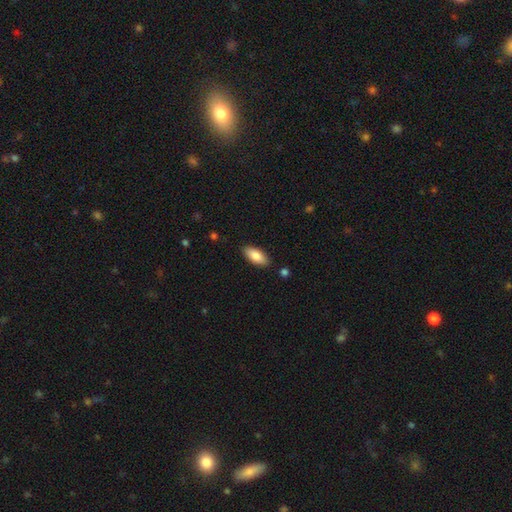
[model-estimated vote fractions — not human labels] smooth_or_featured: smooth (p=0.84) [alt: featured or disk p=0.09]
how_rounded: in between (p=0.87) [alt: cigar-shaped p=0.12]
merging: none (p=0.87) [alt: minor disturbance p=0.10]